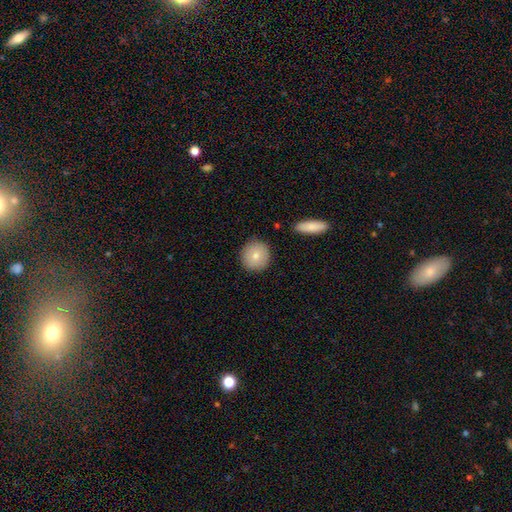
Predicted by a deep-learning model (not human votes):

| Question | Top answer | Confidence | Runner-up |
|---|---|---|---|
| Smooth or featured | smooth | 79% | featured or disk (14%) |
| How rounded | round | 92% | in between (7%) |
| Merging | none | 88% | minor disturbance (8%) |